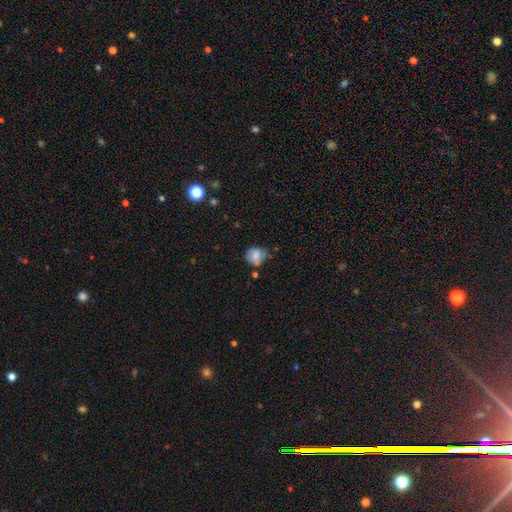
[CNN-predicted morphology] Smooth or featured: smooth — 76% (featured or disk — 16%)
How rounded: round — 76% (in between — 23%)
Merging: none — 59% (minor disturbance — 27%)